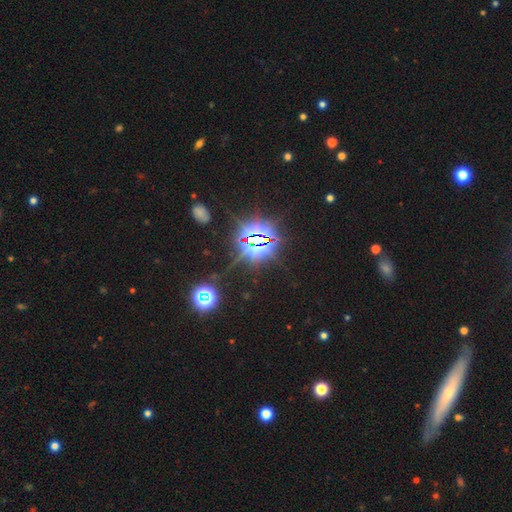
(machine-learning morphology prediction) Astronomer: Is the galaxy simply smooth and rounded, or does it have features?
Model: star or artifact — 81%.